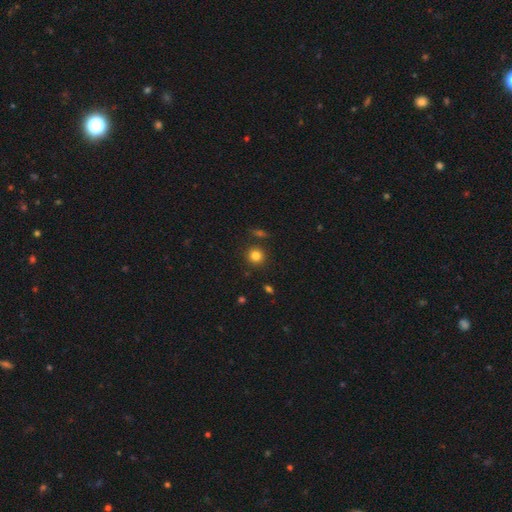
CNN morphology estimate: This appears to be a smooth galaxy with no disk features (82%) that is round (91%). Merging: none (86%).